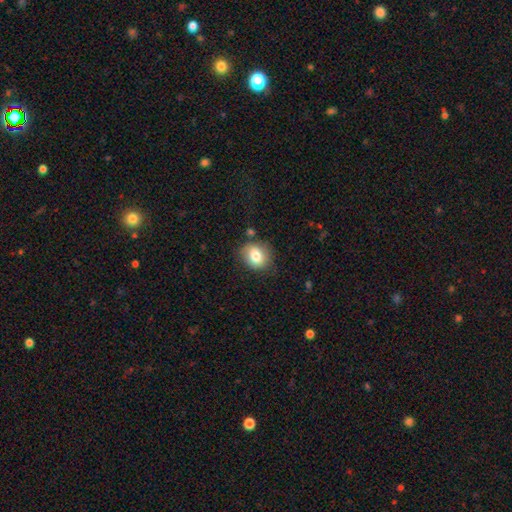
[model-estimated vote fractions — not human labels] The model was most divided on "how rounded": round: 59%, in between: 40%, cigar-shaped: 1%. More confident: smooth or featured — smooth (80%); merging — none (76%).